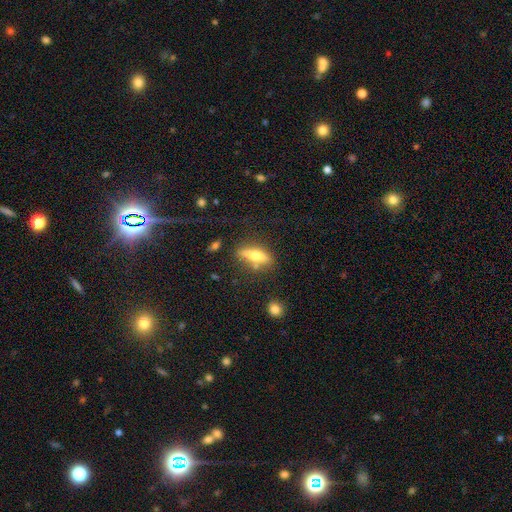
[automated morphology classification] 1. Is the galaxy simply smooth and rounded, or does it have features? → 46% featured or disk (tied), 46% smooth (tied), 7% star or artifact.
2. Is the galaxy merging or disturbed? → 72% none, 15% minor disturbance, 7% merger, 5% major disturbance.